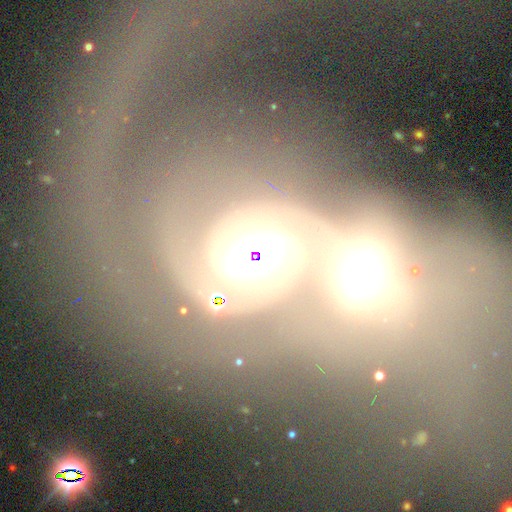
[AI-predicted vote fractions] Q: Smooth or featured?
A: featured or disk (75%); runner-up: smooth (16%)
Q: Edge-on disk?
A: no (94%); runner-up: yes (6%)
Q: Bar?
A: strong (43%); runner-up: no (32%)
Q: Spiral arms?
A: yes (76%); runner-up: no (24%)
Q: Spiral winding?
A: tight (52%); runner-up: medium (31%)
Q: Spiral arm count?
A: 2 (52%); runner-up: can't tell (17%)
Q: Bulge size?
A: large (43%); runner-up: moderate (38%)
Q: Merging?
A: merger (50%); runner-up: none (26%)